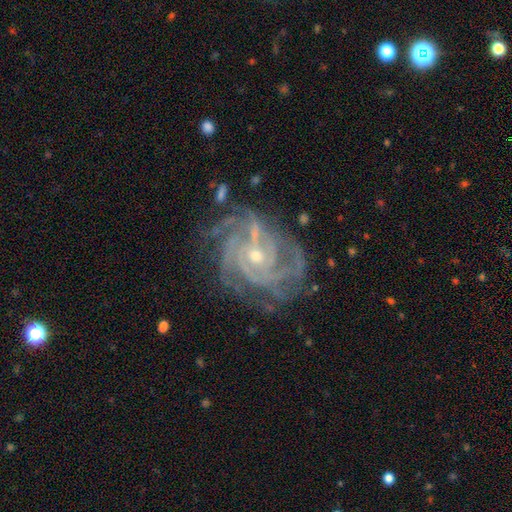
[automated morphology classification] type=featured or disk (91%); edge-on=no (98%); bar=no (60%); spiral arms=yes (98%); winding=tight (71%); arm count=4 (31%); bulge=small (61%); merging=none (72%).